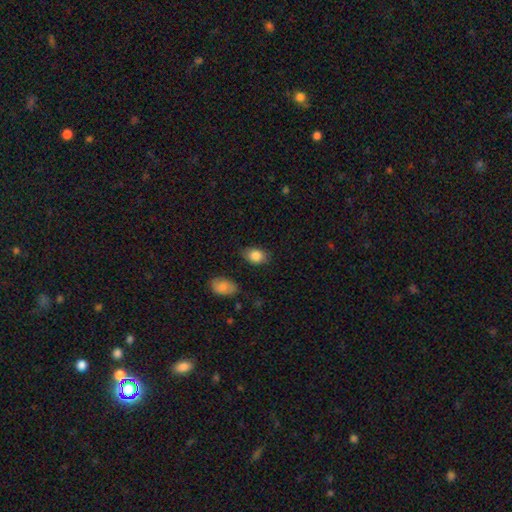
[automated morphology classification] A smooth galaxy with no disk features (85%) that is in between round and cigar-shaped (81%).

Vote fractions:
- Smooth or featured? smooth: 85% / star or artifact: 8% / featured or disk: 7%
- How rounded? in between: 81% / round: 18% / cigar-shaped: 1%
- Merging? none: 80% / minor disturbance: 15% / major disturbance: 3% / merger: 2%